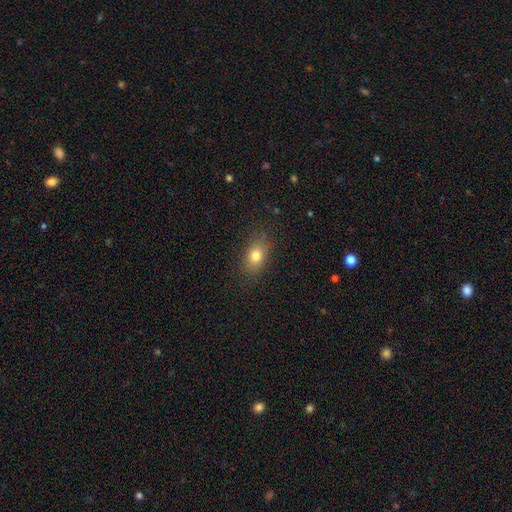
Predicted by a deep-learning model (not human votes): A smooth galaxy with no disk features (79%) that is in between round and cigar-shaped (75%).

Vote fractions:
- Smooth or featured? smooth: 79% / star or artifact: 11% / featured or disk: 10%
- How rounded? in between: 75% / round: 22% / cigar-shaped: 3%
- Merging? none: 82% / minor disturbance: 13% / major disturbance: 4% / merger: 1%